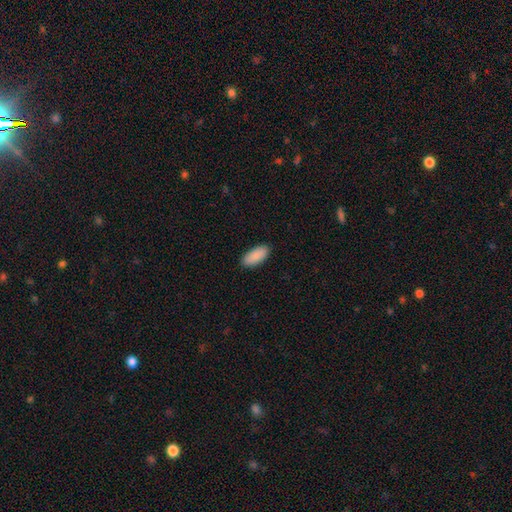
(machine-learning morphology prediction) smooth_or_featured: smooth (p=0.90) [alt: star or artifact p=0.06]
how_rounded: in between (p=0.90) [alt: cigar-shaped p=0.09]
merging: none (p=0.88) [alt: minor disturbance p=0.09]